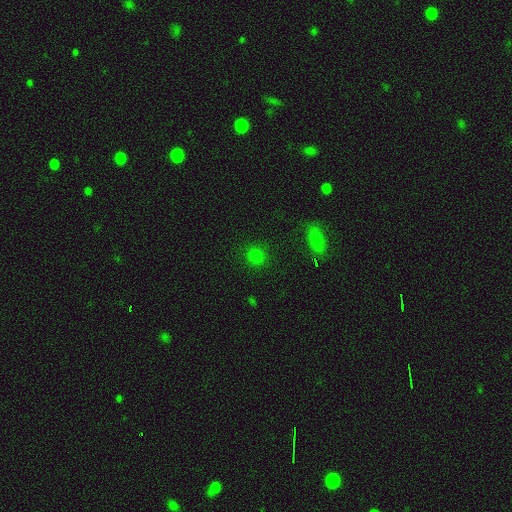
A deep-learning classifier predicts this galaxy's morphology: Q: Smooth or featured?
A: smooth (77%); runner-up: star or artifact (18%)
Q: How rounded?
A: round (88%); runner-up: in between (10%)
Q: Merging?
A: none (88%); runner-up: minor disturbance (7%)